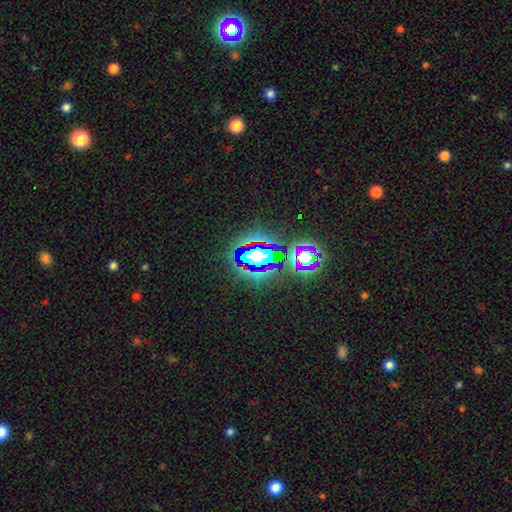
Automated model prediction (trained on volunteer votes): This is likely a star or artifact rather than a galaxy (65%).